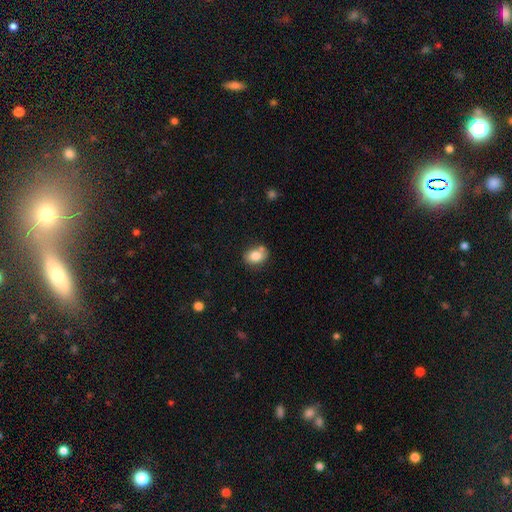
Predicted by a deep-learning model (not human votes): Smooth or featured? smooth (82%)
How rounded? in between (69%)
Merging? none (67%)